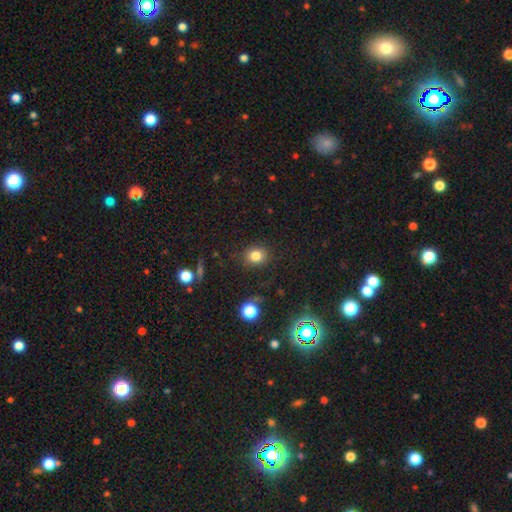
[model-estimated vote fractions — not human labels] A smooth galaxy with no disk features (81%) that is round (72%).

Vote fractions:
- Smooth or featured? smooth: 81% / star or artifact: 13% / featured or disk: 6%
- How rounded? round: 72% / in between: 27% / cigar-shaped: 1%
- Merging? none: 85% / minor disturbance: 10% / major disturbance: 3% / merger: 2%